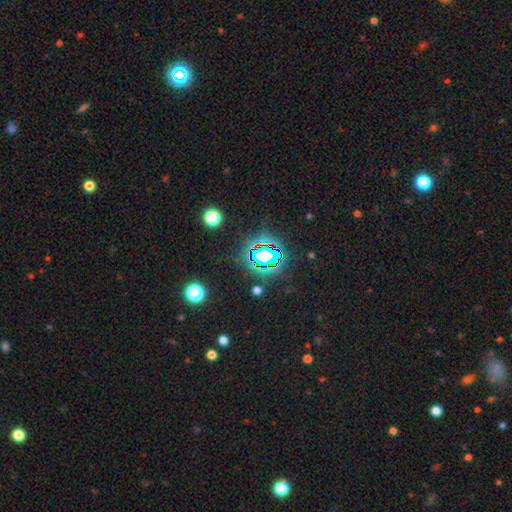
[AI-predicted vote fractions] The model was most divided on "smooth or featured": star or artifact: 83%, smooth: 11%, featured or disk: 7%.